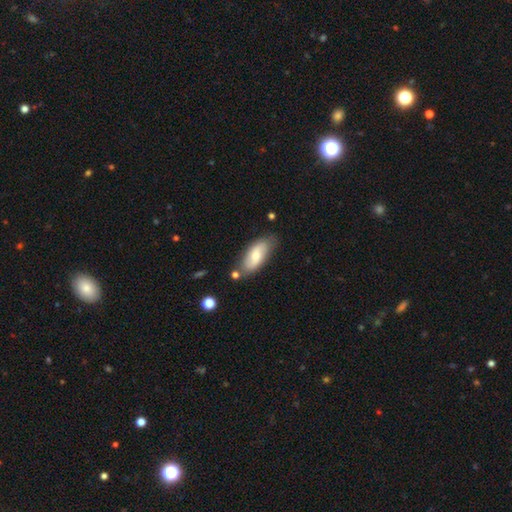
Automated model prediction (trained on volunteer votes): Overall: smooth (59%; featured or disk 35%). How rounded: in between (84%). Merging: none (74%).